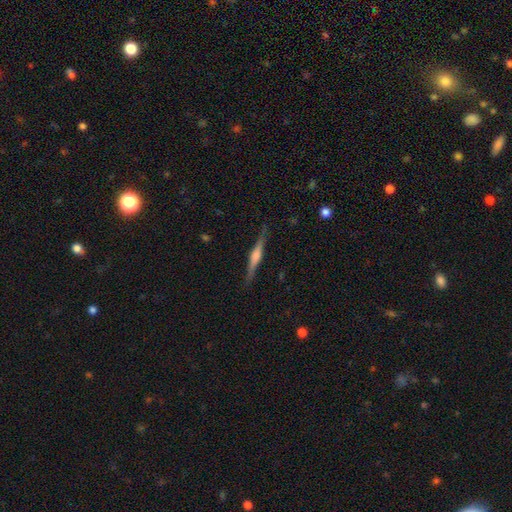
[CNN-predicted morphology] Smooth or featured?
  - featured or disk: 76% *
  - smooth: 18%
  - star or artifact: 6%
Edge-on disk?
  - yes: 98% *
  - no: 2%
Edge-on bulge?
  - rounded: 70% *
  - boxy: 22%
  - none: 8%
Merging?
  - none: 89% *
  - minor disturbance: 8%
  - major disturbance: 2%
  - merger: 1%